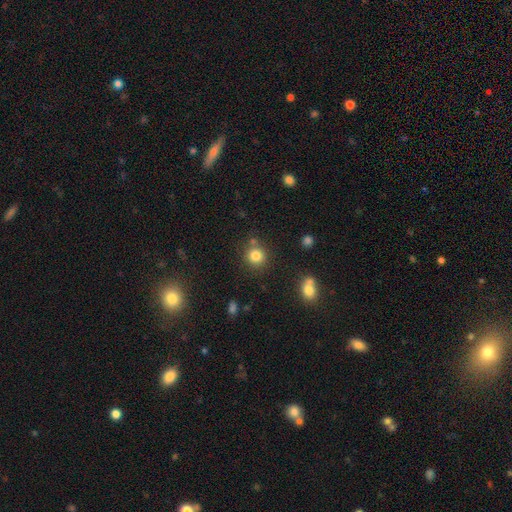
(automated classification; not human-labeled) Smooth or featured? smooth (82%)
How rounded? round (90%)
Merging? none (76%)